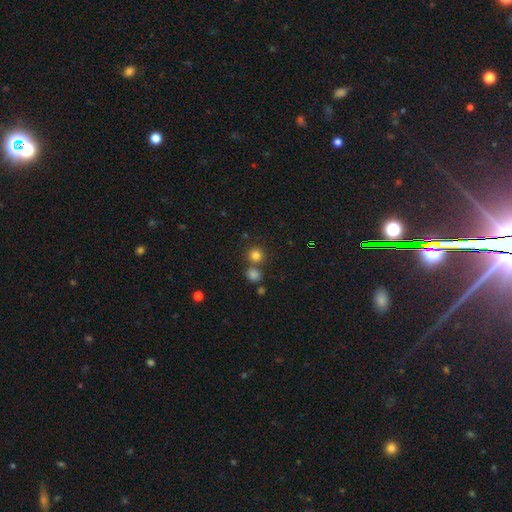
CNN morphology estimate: type=smooth (80%); roundness=round (91%); merging=none (71%).